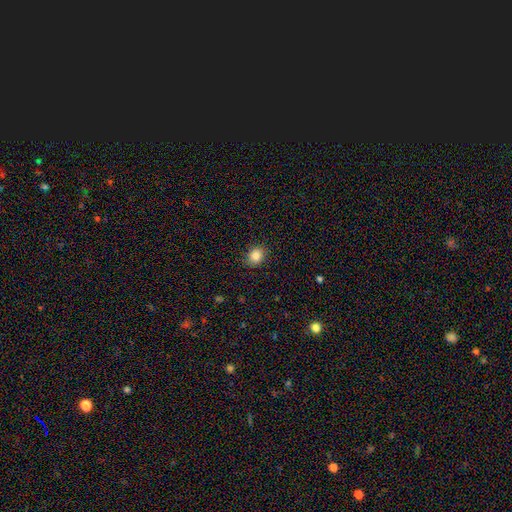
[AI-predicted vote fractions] This is clearly a smooth galaxy (85%). How rounded: likely round (65%). Merging: clearly none (89%).